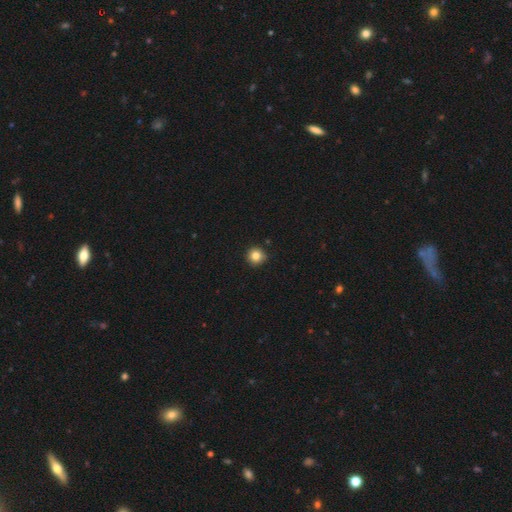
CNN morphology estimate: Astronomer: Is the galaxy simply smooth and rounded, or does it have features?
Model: smooth — 83%.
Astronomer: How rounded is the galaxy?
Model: round — 95%.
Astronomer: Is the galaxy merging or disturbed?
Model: none — 89%.